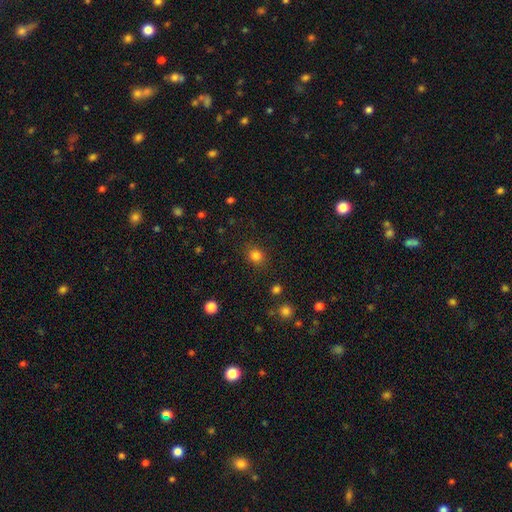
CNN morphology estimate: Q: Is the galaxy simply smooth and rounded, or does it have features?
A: smooth — 82%.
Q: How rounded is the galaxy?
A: round — 73%.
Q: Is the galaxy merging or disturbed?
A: none — 86%.